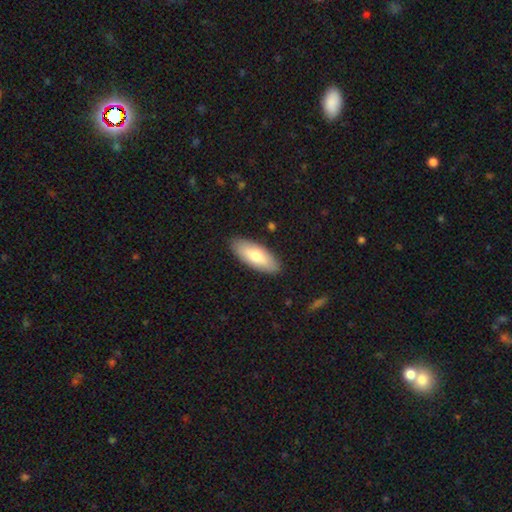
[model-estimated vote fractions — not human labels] Smooth or featured? Predicted: smooth (p=0.73). How rounded? Predicted: in between (p=0.79). Merging? Predicted: none (p=0.88).